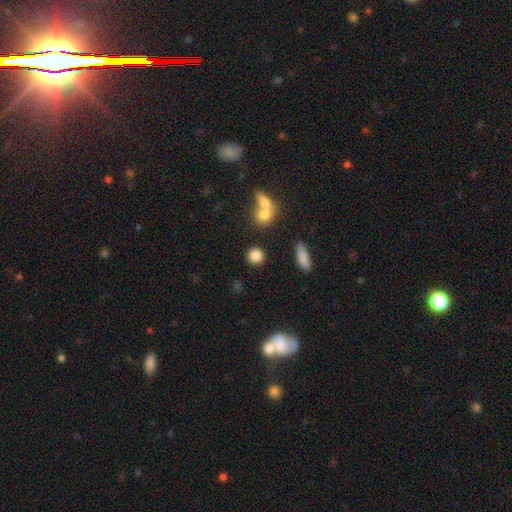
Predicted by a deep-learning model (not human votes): A smooth galaxy with no disk features (84%) that is round (87%).

Vote fractions:
- Smooth or featured? smooth: 84% / star or artifact: 10% / featured or disk: 6%
- How rounded? round: 87% / in between: 11% / cigar-shaped: 2%
- Merging? none: 83% / minor disturbance: 7% / merger: 7% / major disturbance: 3%